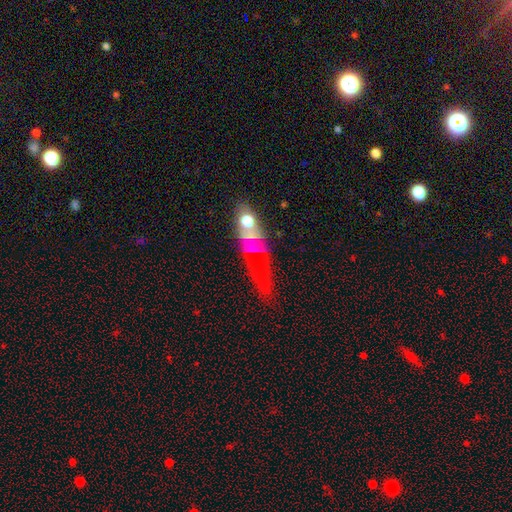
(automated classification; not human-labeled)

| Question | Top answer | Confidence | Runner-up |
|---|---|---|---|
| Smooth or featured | smooth | 40% | featured or disk (34%) |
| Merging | none | 67% | minor disturbance (17%) |